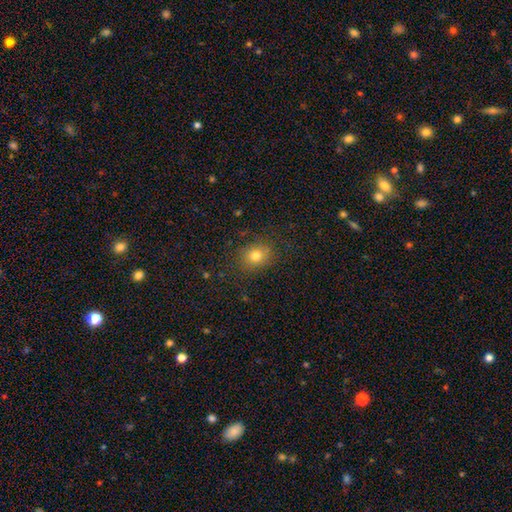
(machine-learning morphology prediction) Overall: smooth (78%). How rounded: round (62%; in between 37%). Merging: none (85%).